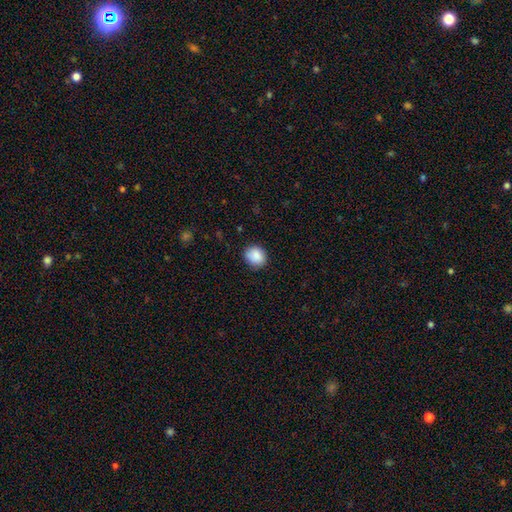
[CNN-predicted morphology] Overall: smooth (88%). How rounded: round (74%). Merging: none (84%).